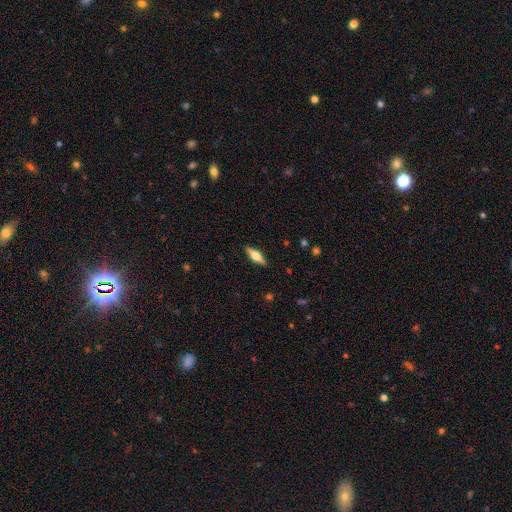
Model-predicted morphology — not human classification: Smooth or featured? featured or disk (53%)
Edge-on disk? yes (94%)
Merging? none (89%)